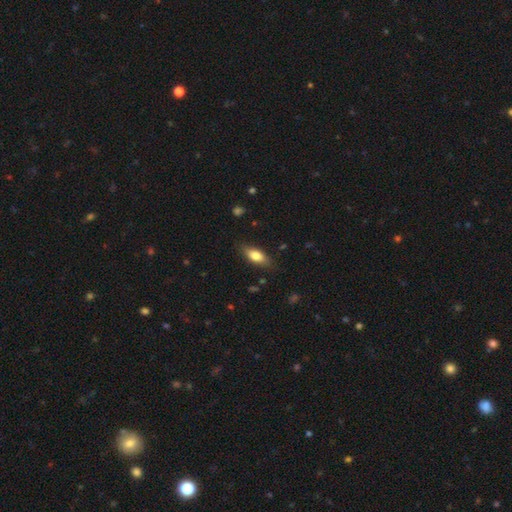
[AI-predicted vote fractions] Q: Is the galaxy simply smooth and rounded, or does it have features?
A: smooth — 77%.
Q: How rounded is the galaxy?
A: in between — 78%.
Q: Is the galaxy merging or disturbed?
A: none — 82%.